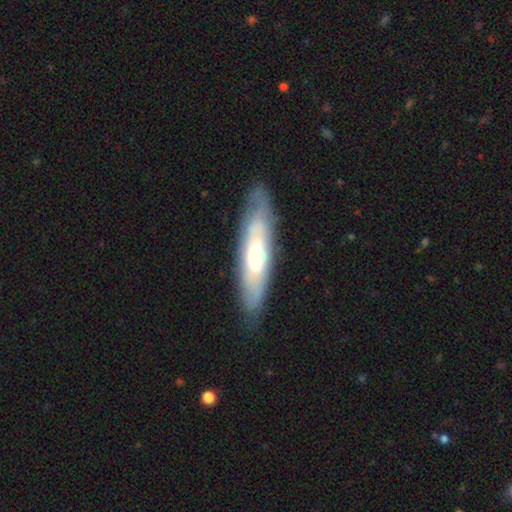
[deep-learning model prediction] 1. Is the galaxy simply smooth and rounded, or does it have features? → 58% featured or disk, 36% smooth, 6% star or artifact.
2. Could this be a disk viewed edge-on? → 56% no, 44% yes.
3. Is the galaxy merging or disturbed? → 80% none, 15% minor disturbance, 4% major disturbance, 1% merger.